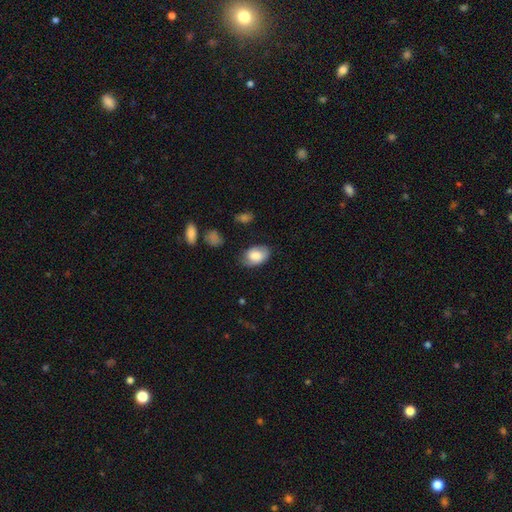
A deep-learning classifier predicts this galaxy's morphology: Smooth or featured? Predicted: smooth (p=0.77). How rounded? Predicted: in between (p=0.89). Merging? Predicted: none (p=0.72).